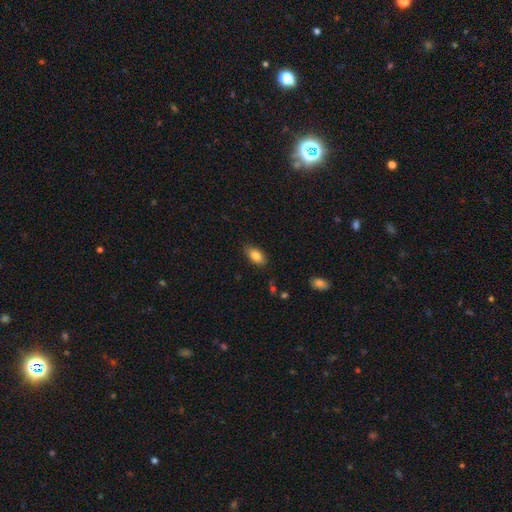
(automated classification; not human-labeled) smooth 84%, featured or disk 8%, star or artifact 8%. Down the decision tree: how rounded — in between (90%); merging — none (84%).